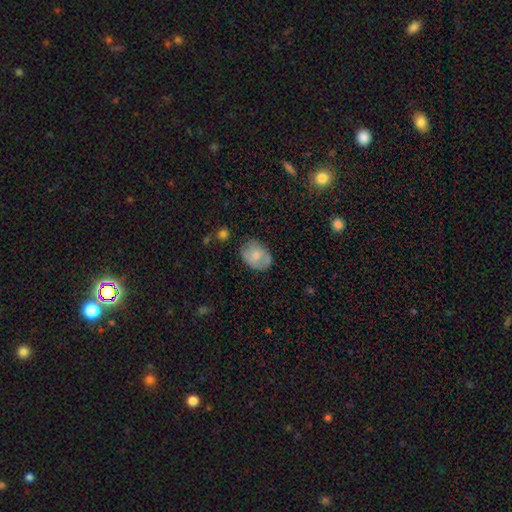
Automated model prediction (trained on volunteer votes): A smooth galaxy with no disk features (63%) that is in between round and cigar-shaped (66%). Merging: none (68%).